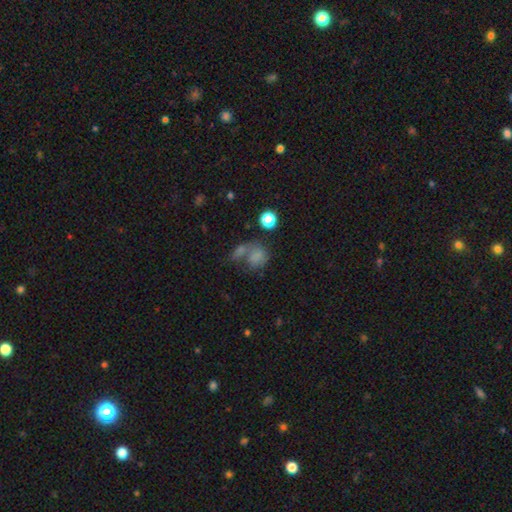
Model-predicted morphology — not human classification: Smooth or featured? smooth (72%)
How rounded? round (58%)
Merging? merger (42%)